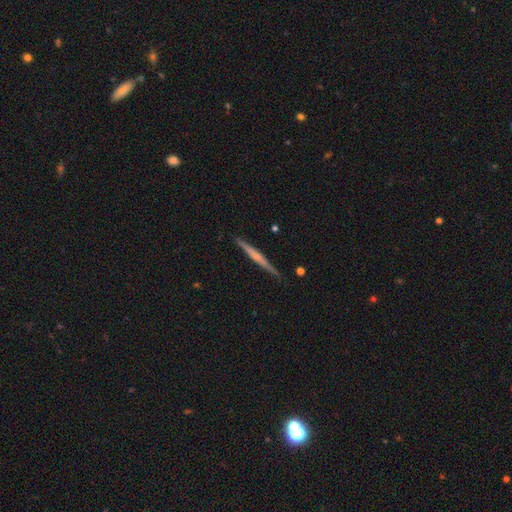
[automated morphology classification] Smooth or featured?
  - featured or disk: 60% *
  - smooth: 35%
  - star or artifact: 5%
Edge-on disk?
  - yes: 98% *
  - no: 2%
Edge-on bulge?
  - none: 58% *
  - rounded: 26%
  - boxy: 16%
Merging?
  - none: 89% *
  - minor disturbance: 8%
  - major disturbance: 1%
  - merger: 1%